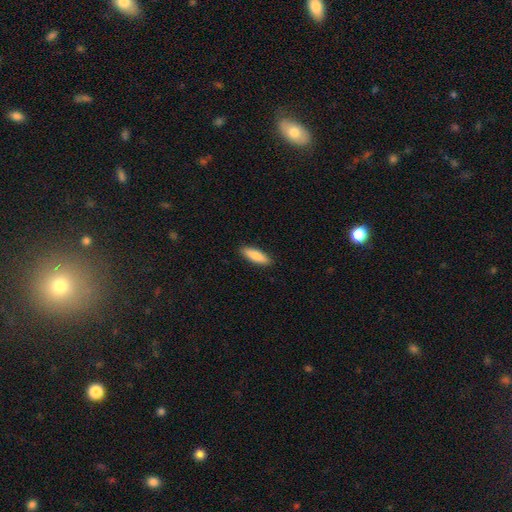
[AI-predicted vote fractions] Smooth or featured: smooth — 85% (featured or disk — 10%)
How rounded: cigar-shaped — 51% (in between — 47%)
Merging: none — 90% (minor disturbance — 7%)